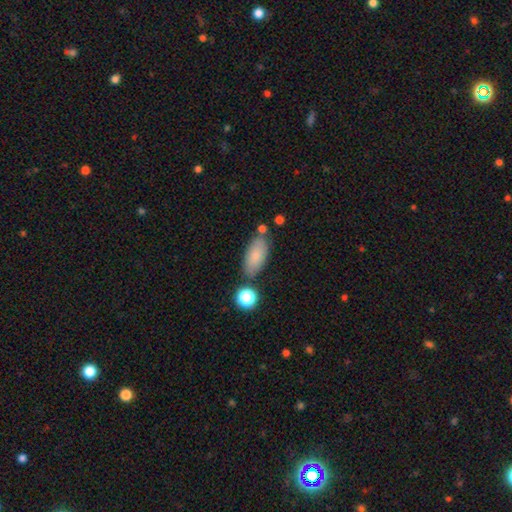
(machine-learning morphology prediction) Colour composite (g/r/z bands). It shows a smooth galaxy with no disk features (79%) that is in between round and cigar-shaped (88%). Merging: none (72%).